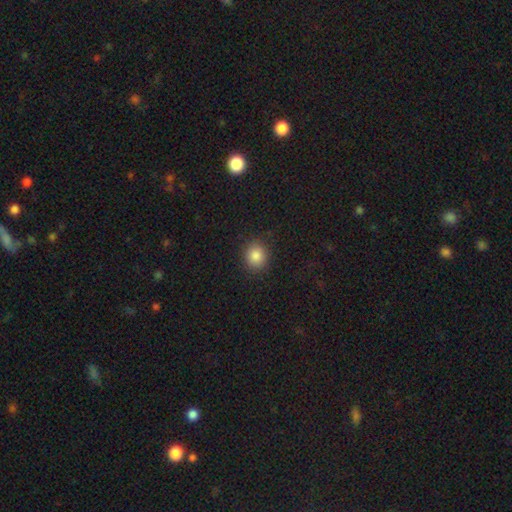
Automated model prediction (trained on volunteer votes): smooth-or-featured: smooth: 85% | star or artifact: 10% | featured or disk: 4%
  how-rounded: round: 78% | in between: 21% | cigar-shaped: 1%
  merging: none: 89% | minor disturbance: 7% | major disturbance: 2% | merger: 1%